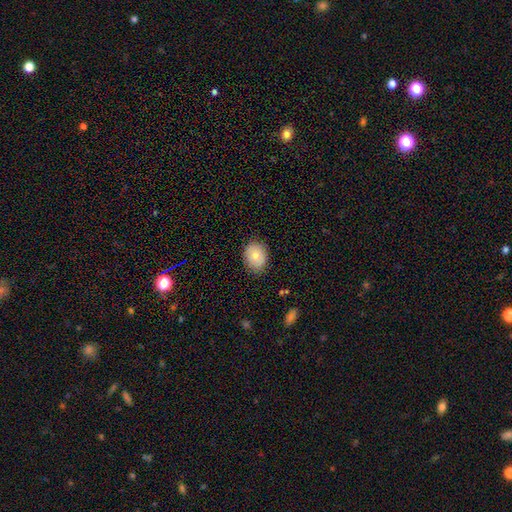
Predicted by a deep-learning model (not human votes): A smooth galaxy with no disk features (78%) that is in between round and cigar-shaped (54%).

Vote fractions:
- Smooth or featured? smooth: 78% / featured or disk: 14% / star or artifact: 8%
- How rounded? in between: 54% / round: 45% / cigar-shaped: 1%
- Merging? none: 84% / minor disturbance: 13% / major disturbance: 3% / merger: 1%